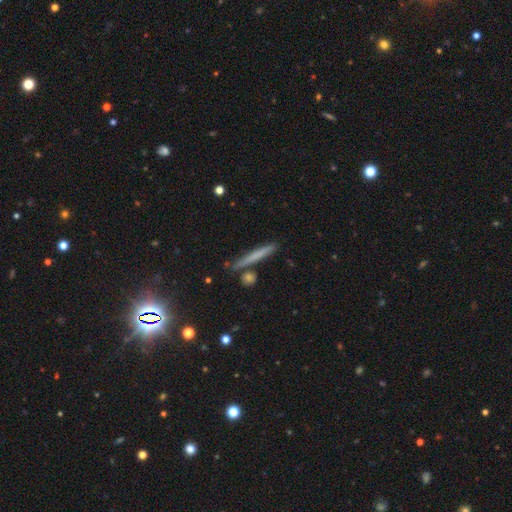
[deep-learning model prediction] smooth_or_featured: smooth (p=0.58) [alt: featured or disk p=0.34]
how_rounded: cigar-shaped (p=0.94) [alt: in between p=0.03]
merging: none (p=0.83) [alt: minor disturbance p=0.09]